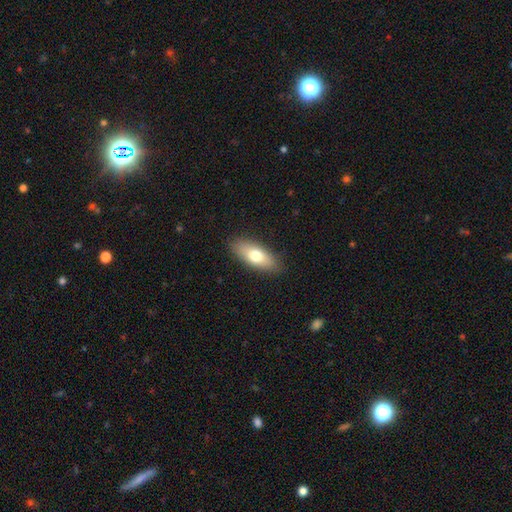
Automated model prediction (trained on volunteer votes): Smooth or featured?
  - smooth: 71% *
  - featured or disk: 22%
  - star or artifact: 7%
How rounded?
  - in between: 75% *
  - cigar-shaped: 22%
  - round: 3%
Merging?
  - none: 86% *
  - minor disturbance: 10%
  - major disturbance: 2%
  - merger: 1%